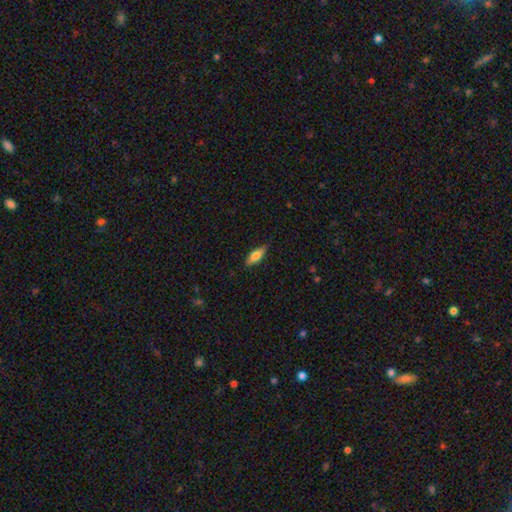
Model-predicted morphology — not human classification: smooth 64%, featured or disk 29%, star or artifact 6%. Down the decision tree: how rounded — in between (62%); merging — none (82%).